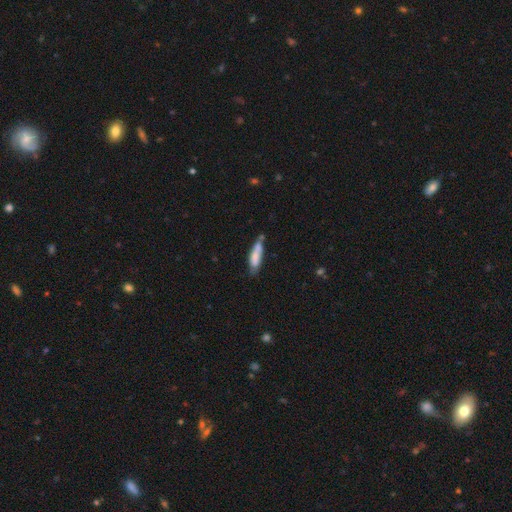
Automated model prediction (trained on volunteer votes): Smooth or featured?
  - smooth: 67% *
  - featured or disk: 25%
  - star or artifact: 7%
How rounded?
  - cigar-shaped: 64% *
  - in between: 34%
  - round: 2%
Merging?
  - none: 50% *
  - minor disturbance: 28%
  - merger: 14%
  - major disturbance: 8%